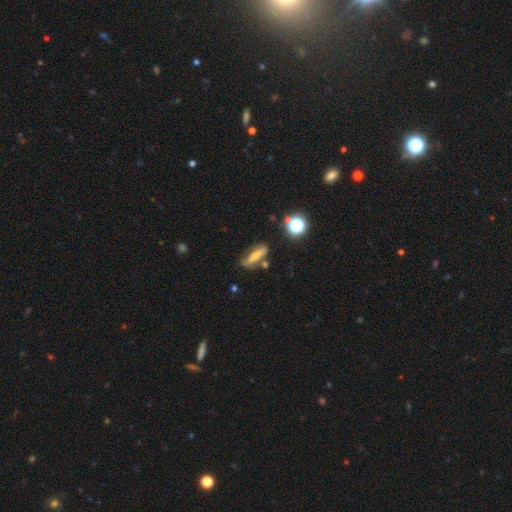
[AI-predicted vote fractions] Morphology: type=smooth (50%); merging=none (68%).